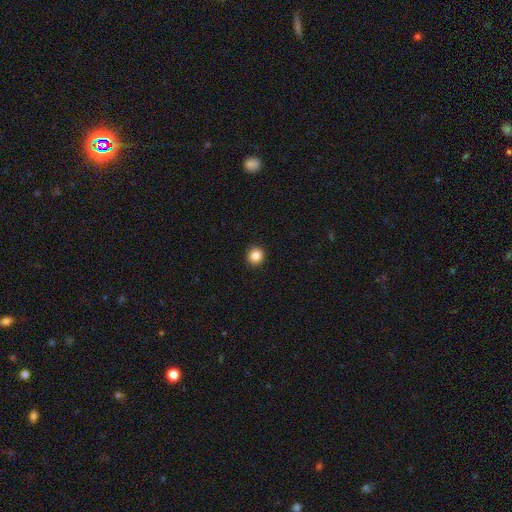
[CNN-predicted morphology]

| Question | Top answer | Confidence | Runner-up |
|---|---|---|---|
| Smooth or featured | smooth | 86% | star or artifact (10%) |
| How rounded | round | 92% | in between (7%) |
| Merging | none | 93% | minor disturbance (5%) |